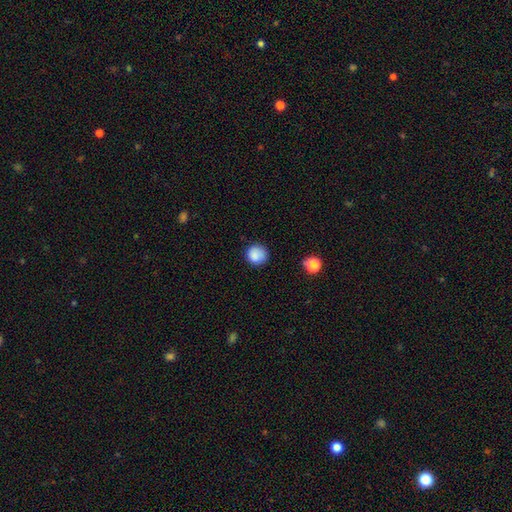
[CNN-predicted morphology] A smooth galaxy with no disk features (85%) that is round (91%). Merging: none (79%).